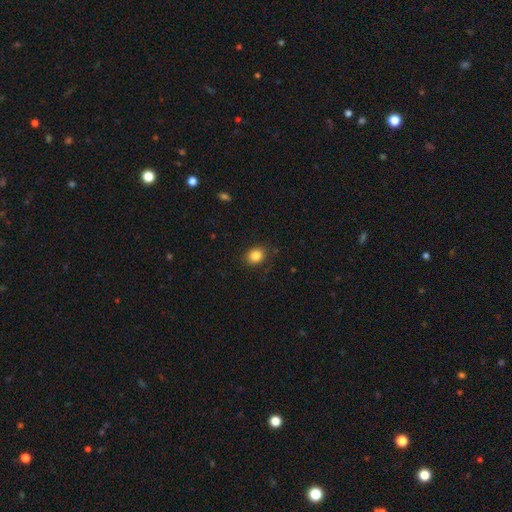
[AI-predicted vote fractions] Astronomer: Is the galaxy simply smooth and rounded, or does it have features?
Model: smooth — 85%.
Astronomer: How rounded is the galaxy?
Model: round — 58% (runner-up: in between, 41%).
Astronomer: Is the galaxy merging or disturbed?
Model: none — 86%.